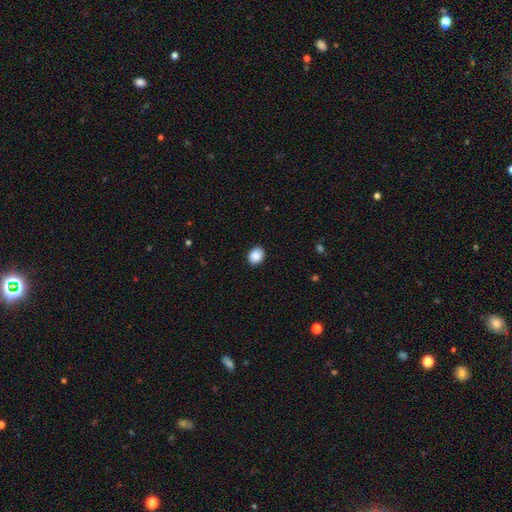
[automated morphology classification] smooth_or_featured: smooth (p=0.89) [alt: star or artifact p=0.08]
how_rounded: in between (p=0.55) [alt: round p=0.44]
merging: none (p=0.88) [alt: minor disturbance p=0.09]